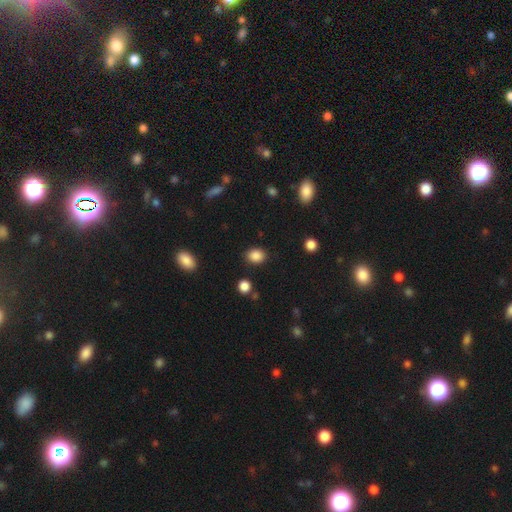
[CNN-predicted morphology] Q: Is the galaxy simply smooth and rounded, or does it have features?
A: smooth — 87%.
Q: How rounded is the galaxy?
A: in between — 55%.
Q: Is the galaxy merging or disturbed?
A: none — 86%.